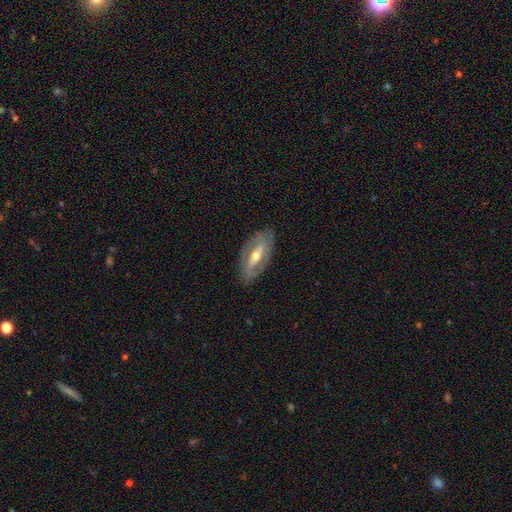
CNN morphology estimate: The model was most divided on "bar": strong: 45%, weak: 35%, no: 19%. More confident: edge-on disk — no (87%); merging — none (83%); smooth or featured — featured or disk (77%); spiral arms — yes (72%); bulge size — moderate (66%).